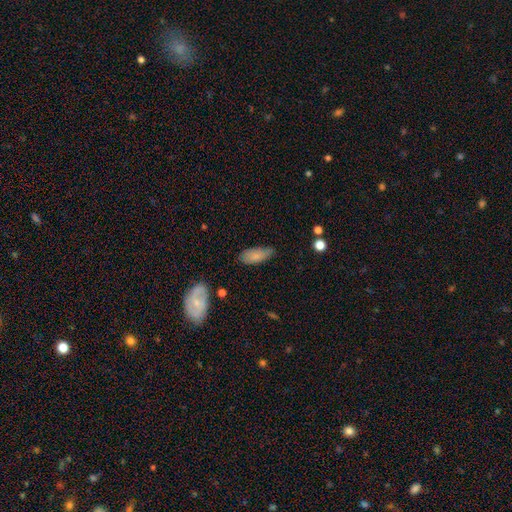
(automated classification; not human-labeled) smooth_or_featured: smooth (p=0.80) [alt: featured or disk p=0.13]
how_rounded: in between (p=0.83) [alt: cigar-shaped p=0.15]
merging: none (p=0.63) [alt: minor disturbance p=0.29]